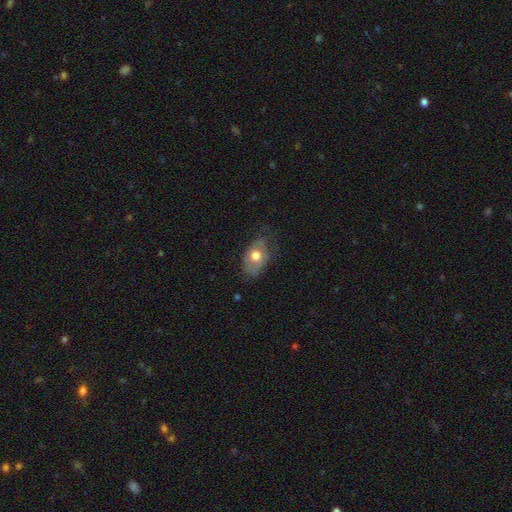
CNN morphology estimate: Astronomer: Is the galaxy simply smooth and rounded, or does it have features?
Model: smooth — 60%.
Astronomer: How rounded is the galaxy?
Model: in between — 83%.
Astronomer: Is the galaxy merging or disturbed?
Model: none — 56%.